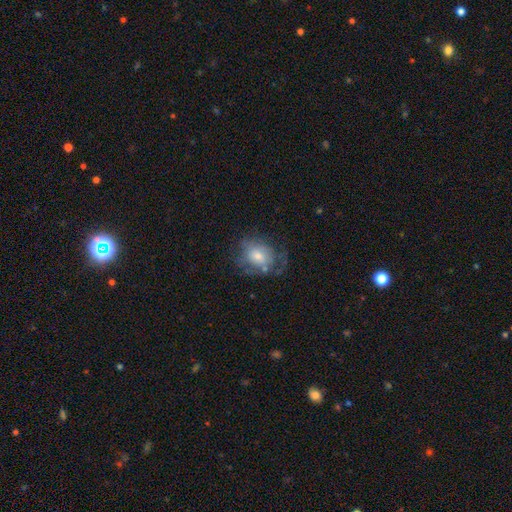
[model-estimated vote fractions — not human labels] Smooth or featured? smooth (50%)
How rounded? in between (51%)
Merging? none (52%)